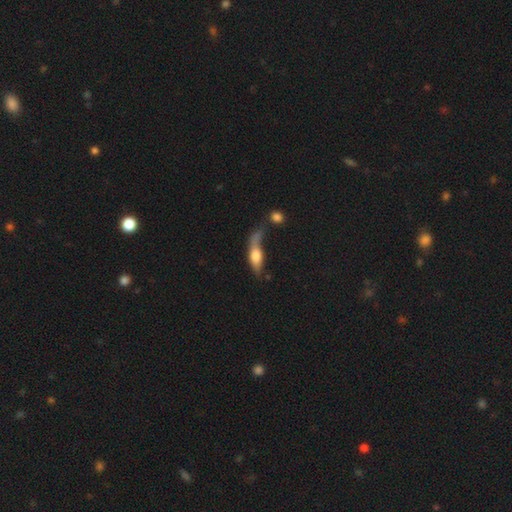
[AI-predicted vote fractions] smooth-or-featured: smooth: 58% | featured or disk: 35% | star or artifact: 7%
  how-rounded: in between: 50% | cigar-shaped: 45% | round: 5%
  merging: none: 31% | merger: 24% | major disturbance: 22% | minor disturbance: 22%